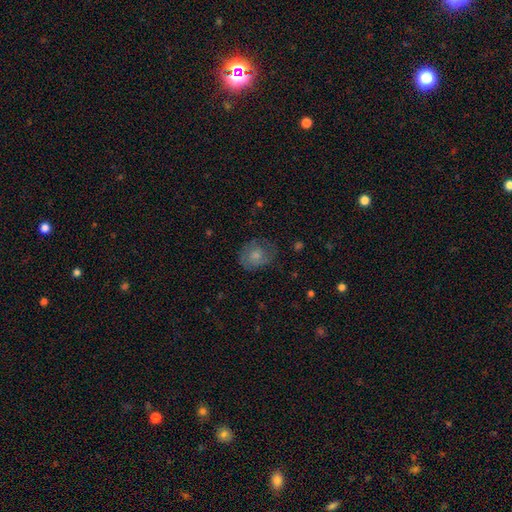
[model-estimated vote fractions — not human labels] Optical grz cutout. It shows a smooth galaxy with no disk features (63%) that is round (56%). Merging: none (61%).